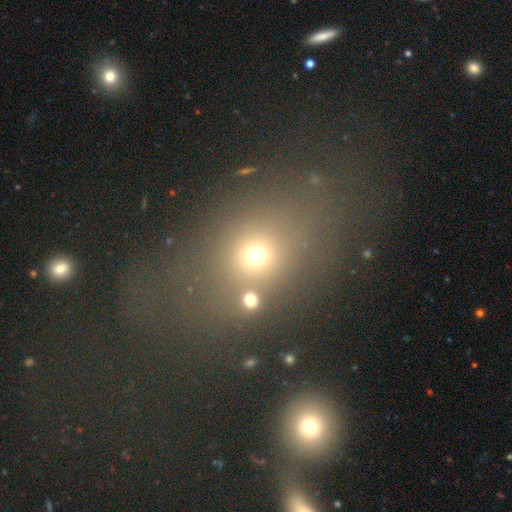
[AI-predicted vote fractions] smooth_or_featured: smooth (p=0.63) [alt: star or artifact p=0.24]
how_rounded: round (p=0.52) [alt: in between p=0.45]
merging: none (p=0.68) [alt: minor disturbance p=0.13]